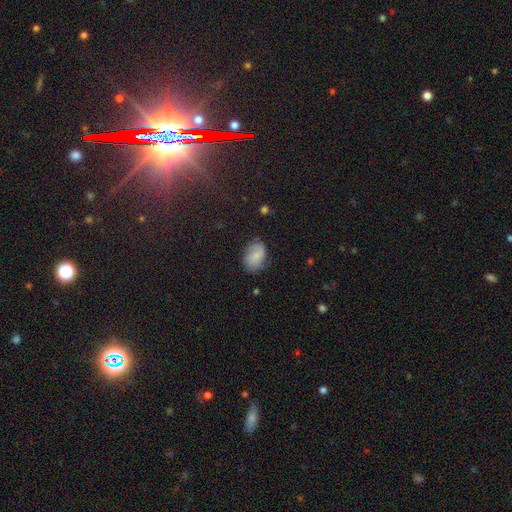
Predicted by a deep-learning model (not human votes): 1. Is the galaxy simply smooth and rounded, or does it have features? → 76% smooth, 16% featured or disk, 8% star or artifact.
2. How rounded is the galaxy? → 87% in between, 12% round, 1% cigar-shaped.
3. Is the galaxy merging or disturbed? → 69% none, 24% minor disturbance, 6% major disturbance, 1% merger.